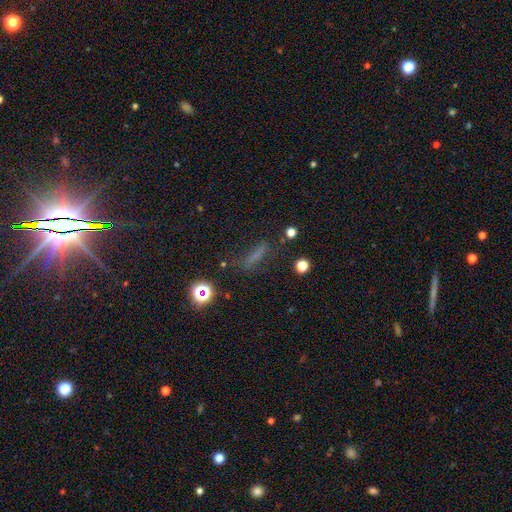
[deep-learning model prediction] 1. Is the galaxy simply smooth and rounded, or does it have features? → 52% smooth, 28% star or artifact, 20% featured or disk.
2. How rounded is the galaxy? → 75% cigar-shaped, 17% in between, 8% round.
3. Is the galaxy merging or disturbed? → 66% none, 18% minor disturbance, 11% major disturbance, 4% merger.